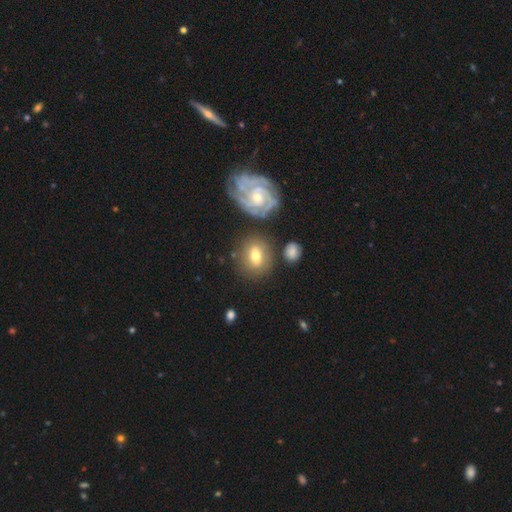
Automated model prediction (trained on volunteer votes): This appears to be a smooth galaxy with no disk features (54%) that is in between round and cigar-shaped (50%). Merging: none (73%).